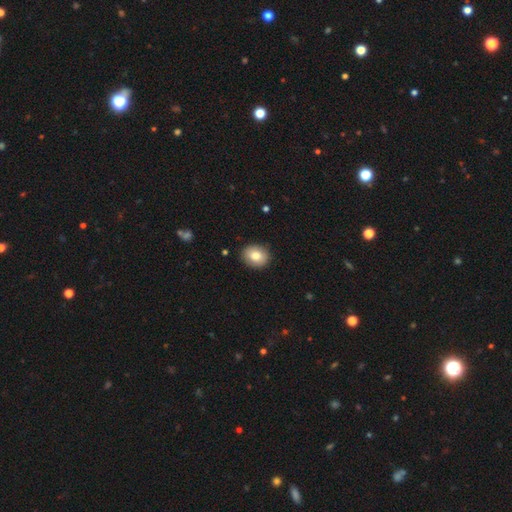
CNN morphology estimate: This appears to be a smooth galaxy with no disk features (80%) that is round (65%). Merging: none (89%).